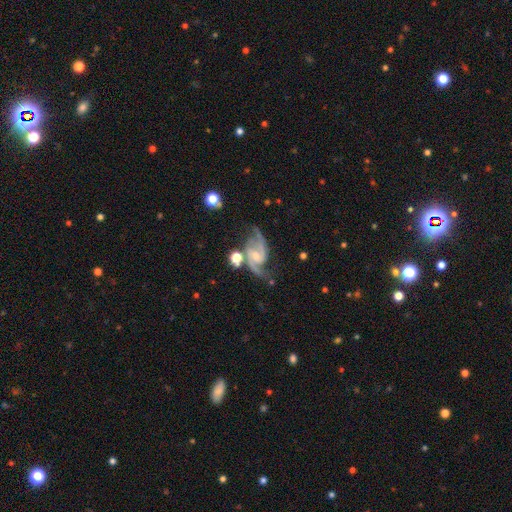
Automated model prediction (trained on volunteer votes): Smooth or featured? featured or disk (90%)
Edge-on disk? no (98%)
Bar? weak (43%, tied with no)
Spiral arms? yes (98%)
Spiral winding? medium (56%)
Spiral arm count? 2 (91%)
Bulge size? small (60%)
Merging? none (62%)